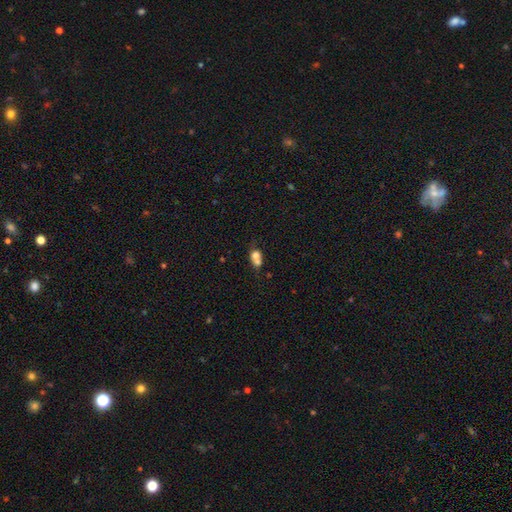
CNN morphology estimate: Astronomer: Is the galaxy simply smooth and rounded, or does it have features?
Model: smooth — 69%.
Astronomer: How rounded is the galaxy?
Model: round — 57% (runner-up: in between, 41%).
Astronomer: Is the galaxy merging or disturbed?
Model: merger — 60%.